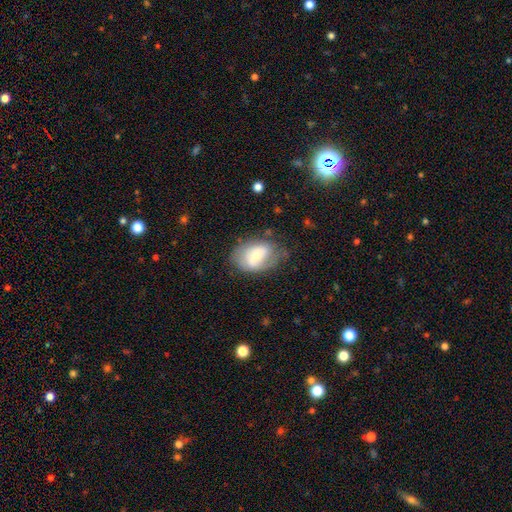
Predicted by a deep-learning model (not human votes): Smooth or featured? smooth (51%)
How rounded? in between (78%)
Merging? none (59%)